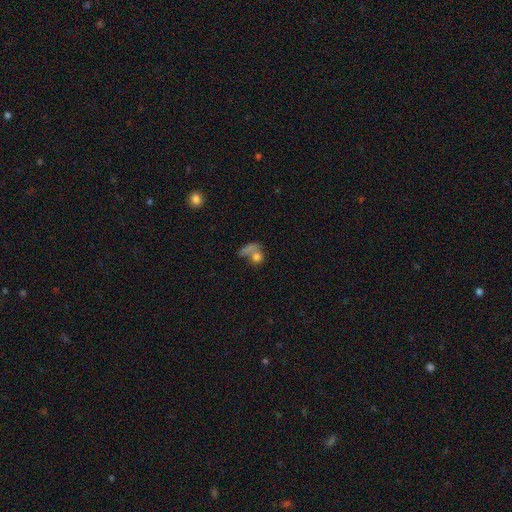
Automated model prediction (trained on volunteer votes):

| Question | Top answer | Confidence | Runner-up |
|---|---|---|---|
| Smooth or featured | smooth | 65% | featured or disk (18%) |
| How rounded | round | 61% | in between (35%) |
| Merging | merger | 43% | none (34%) |